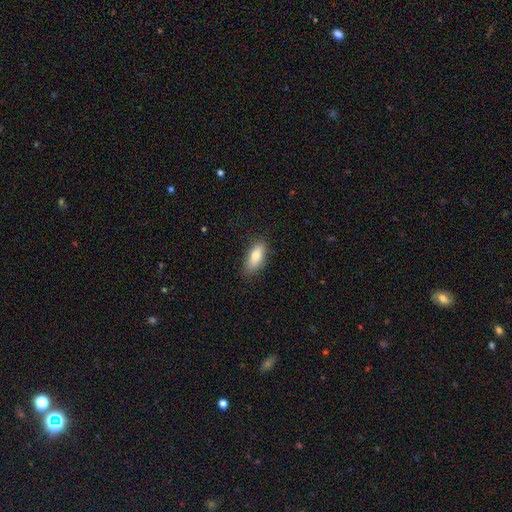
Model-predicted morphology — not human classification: Overall: smooth (80%). How rounded: in between (82%). Merging: none (83%).